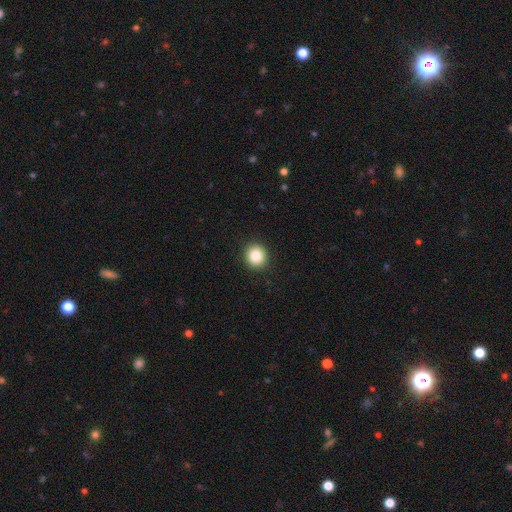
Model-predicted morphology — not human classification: Smooth or featured? Predicted: smooth (p=0.84). How rounded? Predicted: round (p=0.91). Merging? Predicted: none (p=0.93).